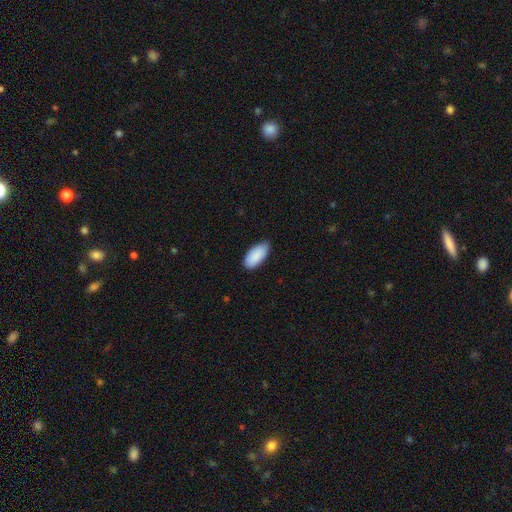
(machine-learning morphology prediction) smooth 90%, star or artifact 6%, featured or disk 4%. Down the decision tree: how rounded — in between (94%); merging — none (77%).